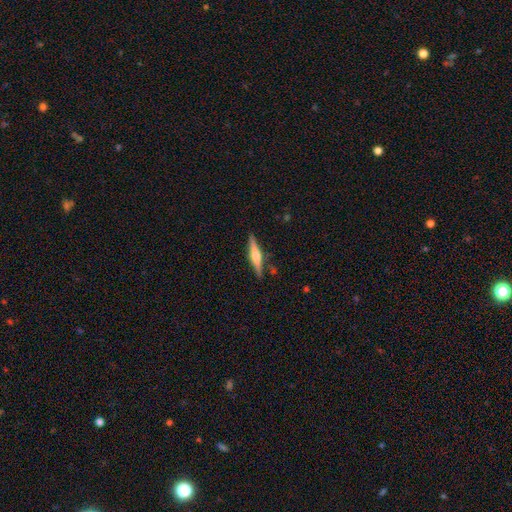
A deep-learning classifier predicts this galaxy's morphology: The model was most divided on "smooth or featured": featured or disk: 66%, smooth: 28%, star or artifact: 6%. More confident: edge-on disk — yes (97%); merging — none (87%); edge-on bulge — rounded (83%).